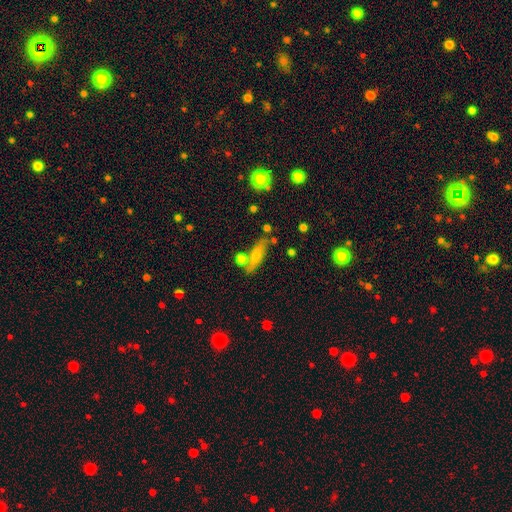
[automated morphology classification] smooth-or-featured: smooth: 64% | featured or disk: 27% | star or artifact: 9%
  how-rounded: cigar-shaped: 50% | in between: 45% | round: 5%
  merging: none: 64% | minor disturbance: 16% | merger: 14% | major disturbance: 5%